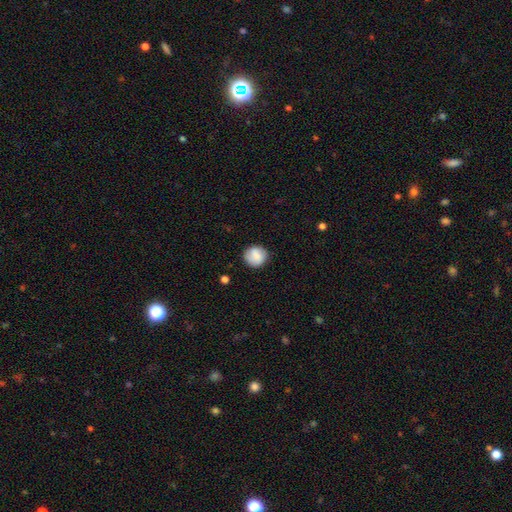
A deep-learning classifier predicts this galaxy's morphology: Smooth or featured: smooth — 82% (featured or disk — 11%)
How rounded: round — 89% (in between — 10%)
Merging: none — 84% (minor disturbance — 12%)